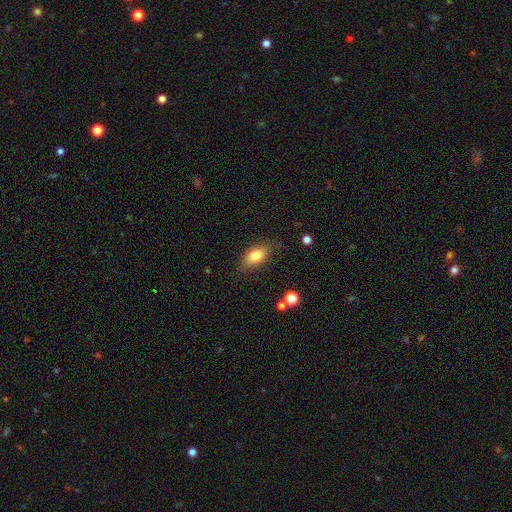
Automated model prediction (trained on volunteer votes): Morphology: type=smooth (80%); roundness=in between (86%); merging=none (80%).